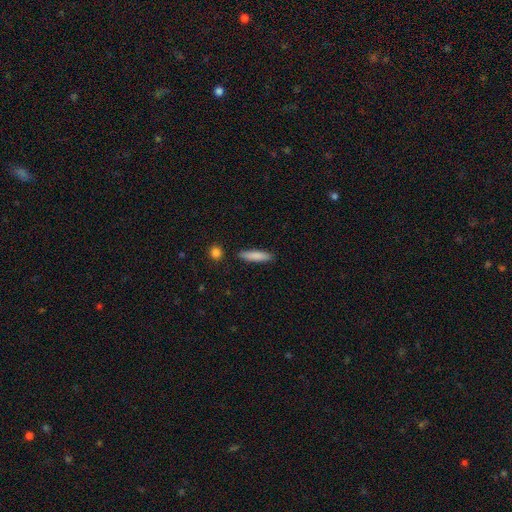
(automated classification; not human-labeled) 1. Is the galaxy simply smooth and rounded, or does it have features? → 83% smooth, 11% featured or disk, 6% star or artifact.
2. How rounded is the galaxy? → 77% cigar-shaped, 21% in between, 2% round.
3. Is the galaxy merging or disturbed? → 88% none, 8% minor disturbance, 2% merger, 2% major disturbance.